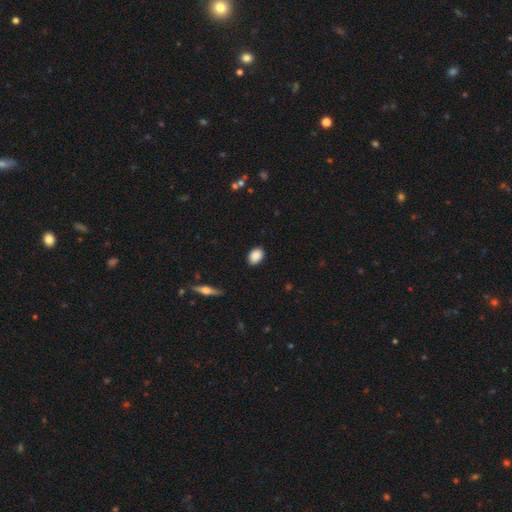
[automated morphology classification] smooth 88%, star or artifact 7%, featured or disk 5%. Down the decision tree: how rounded — in between (75%); merging — none (88%).